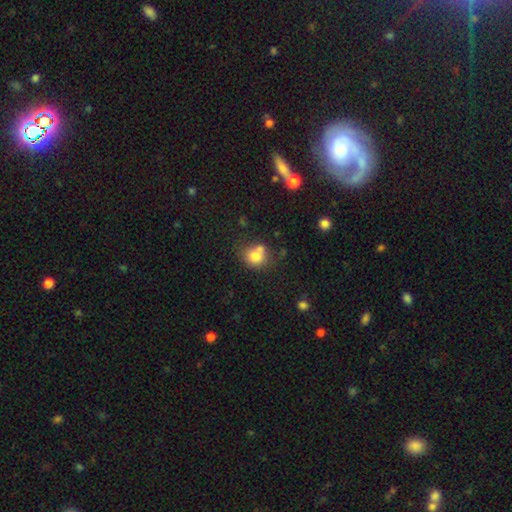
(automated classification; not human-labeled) Smooth or featured: smooth — 76% (featured or disk — 12%)
How rounded: round — 79% (in between — 20%)
Merging: none — 54% (merger — 28%)